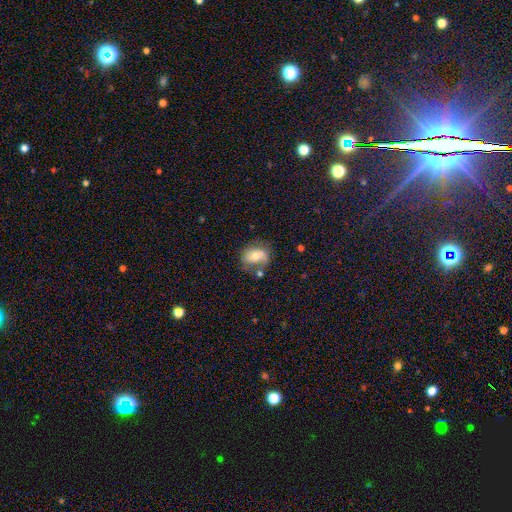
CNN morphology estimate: Smooth or featured? Predicted: smooth (p=0.47). Merging? Predicted: none (p=0.54).